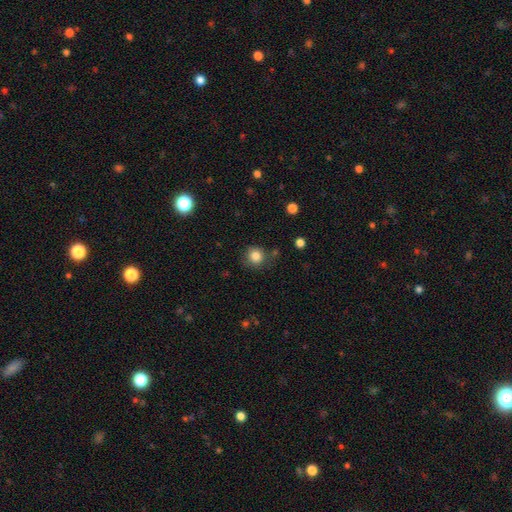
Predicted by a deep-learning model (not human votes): smooth_or_featured: smooth (p=0.84) [alt: star or artifact p=0.11]
how_rounded: round (p=0.90) [alt: in between p=0.09]
merging: none (p=0.80) [alt: minor disturbance p=0.12]